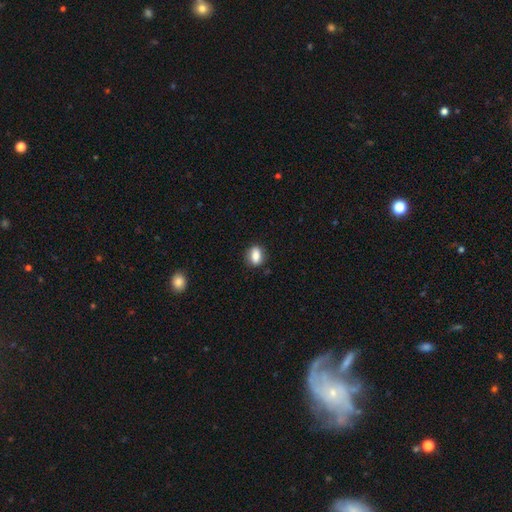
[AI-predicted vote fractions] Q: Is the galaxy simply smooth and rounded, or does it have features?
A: smooth — 82%.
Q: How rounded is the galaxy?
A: in between — 73%.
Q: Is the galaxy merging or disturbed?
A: none — 83%.